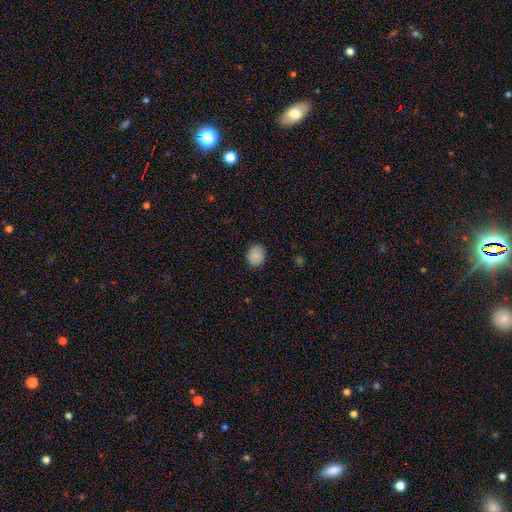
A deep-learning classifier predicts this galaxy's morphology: A smooth galaxy with no disk features (88%) that is round (59%). Merging: none (88%).